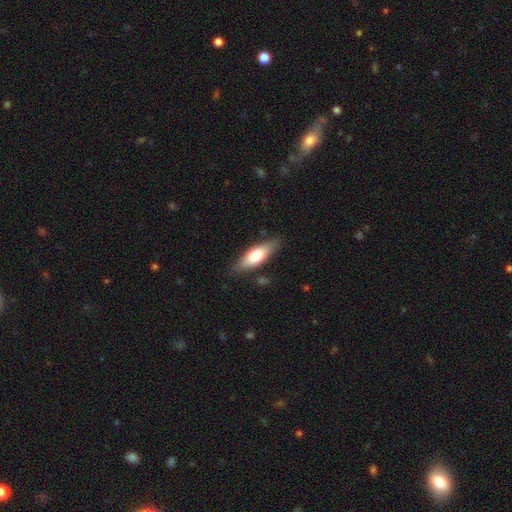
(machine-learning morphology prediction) Q: Smooth or featured?
A: smooth (66%); runner-up: featured or disk (28%)
Q: How rounded?
A: in between (58%); runner-up: cigar-shaped (40%)
Q: Merging?
A: none (82%); runner-up: minor disturbance (14%)